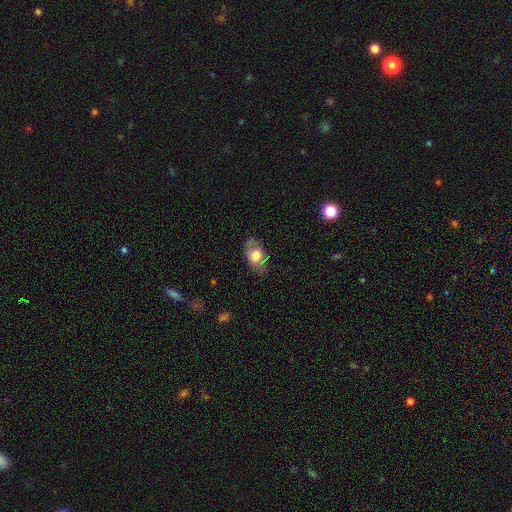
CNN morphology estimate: This is likely a smooth galaxy (62%). How rounded: clearly in between (87%). Merging: likely none (72%).